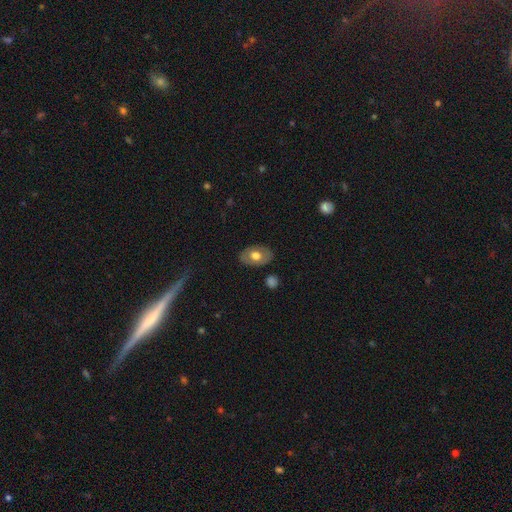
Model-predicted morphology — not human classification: A smooth galaxy with no disk features (60%) that is in between round and cigar-shaped (85%).

Vote fractions:
- Smooth or featured? smooth: 60% / featured or disk: 34% / star or artifact: 6%
- How rounded? in between: 85% / round: 14% / cigar-shaped: 1%
- Merging? none: 83% / minor disturbance: 13% / major disturbance: 3% / merger: 2%